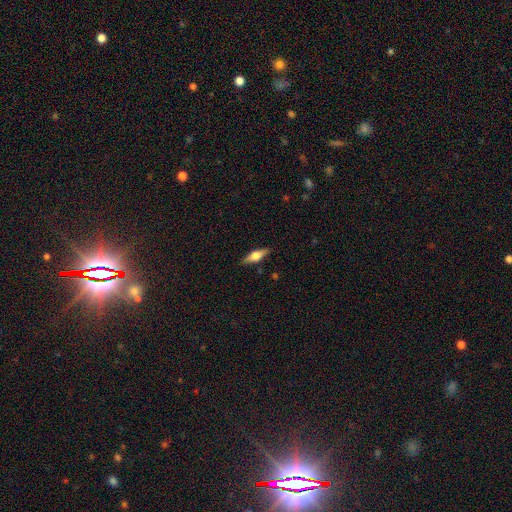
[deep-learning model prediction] Smooth or featured: featured or disk — 56% (smooth — 38%)
Edge-on disk: yes — 95% (no — 5%)
Edge-on bulge: rounded — 91% (boxy — 7%)
Merging: none — 87% (minor disturbance — 10%)